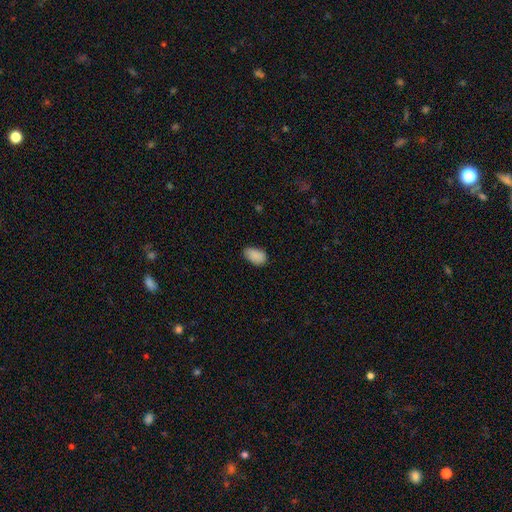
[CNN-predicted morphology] This appears to be a smooth galaxy with no disk features (89%) that is in between round and cigar-shaped (92%). Merging: none (75%).